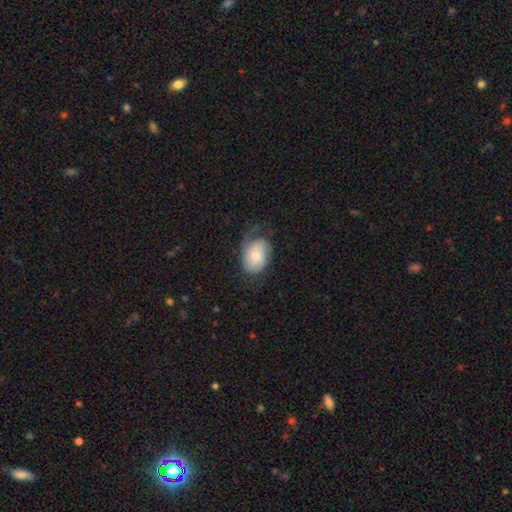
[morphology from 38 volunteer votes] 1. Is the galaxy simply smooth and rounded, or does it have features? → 66% smooth, 34% featured or disk, 0% star or artifact.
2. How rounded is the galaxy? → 68% in between, 28% round, 4% cigar-shaped.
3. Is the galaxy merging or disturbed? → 37% none, 34% major disturbance, 29% minor disturbance, 0% merger.